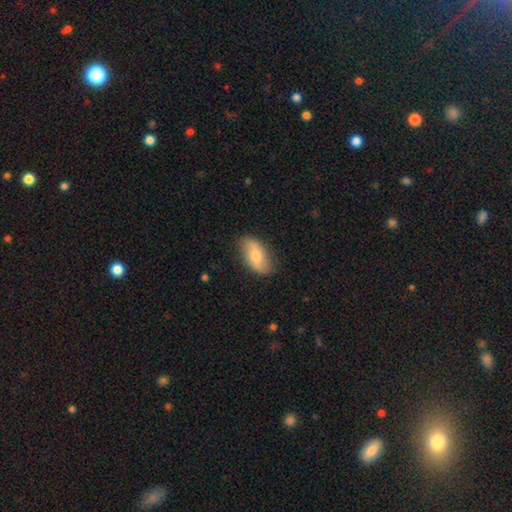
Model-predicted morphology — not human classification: Smooth or featured?
  - smooth: 56% *
  - featured or disk: 38%
  - star or artifact: 6%
How rounded?
  - in between: 91% *
  - round: 5%
  - cigar-shaped: 4%
Merging?
  - none: 81% *
  - minor disturbance: 15%
  - major disturbance: 3%
  - merger: 1%